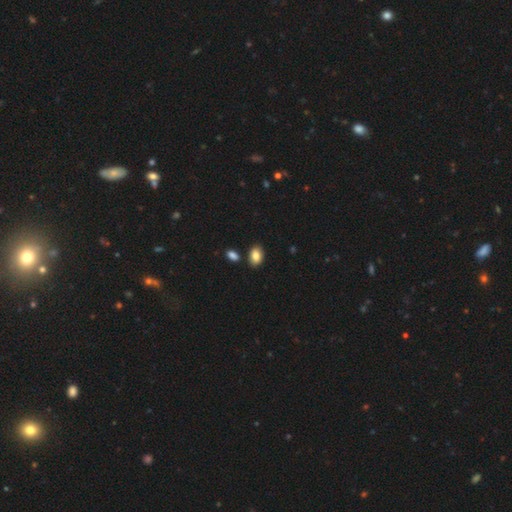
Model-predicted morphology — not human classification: Smooth or featured? Predicted: smooth (p=0.85). How rounded? Predicted: in between (p=0.86). Merging? Predicted: none (p=0.82).